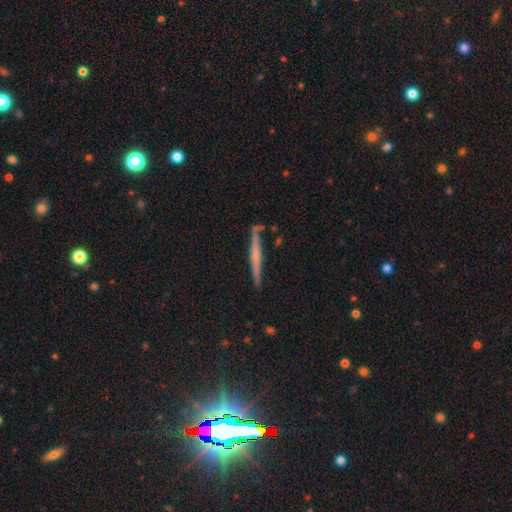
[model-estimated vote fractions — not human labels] This appears to be a featured or disk galaxy (56%) viewed edge-on (97%) with no central bulge (59%). Merging: none (85%).